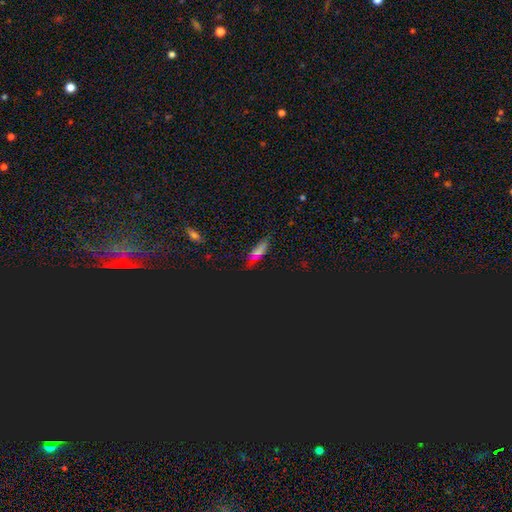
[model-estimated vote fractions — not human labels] A smooth galaxy with no disk features (45%). Merging: none (73%).